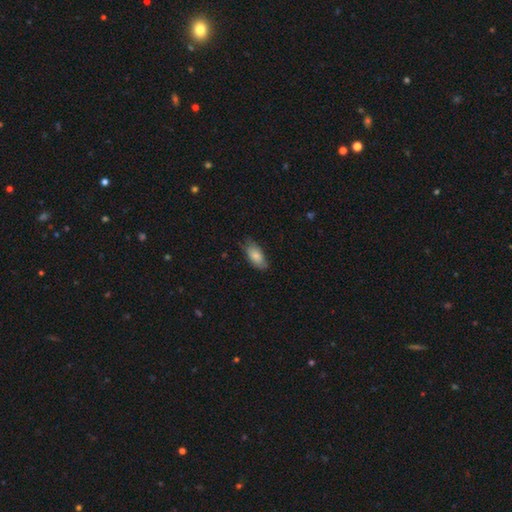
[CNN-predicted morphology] Smooth or featured: smooth — 81% (featured or disk — 12%)
How rounded: in between — 89% (cigar-shaped — 8%)
Merging: none — 72% (minor disturbance — 23%)